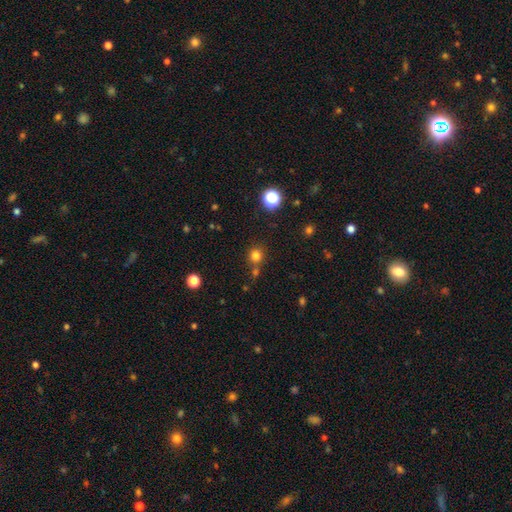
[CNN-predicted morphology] The model was most divided on "smooth or featured": smooth: 77%, star or artifact: 18%, featured or disk: 5%. More confident: how rounded — round (91%); merging — none (74%).